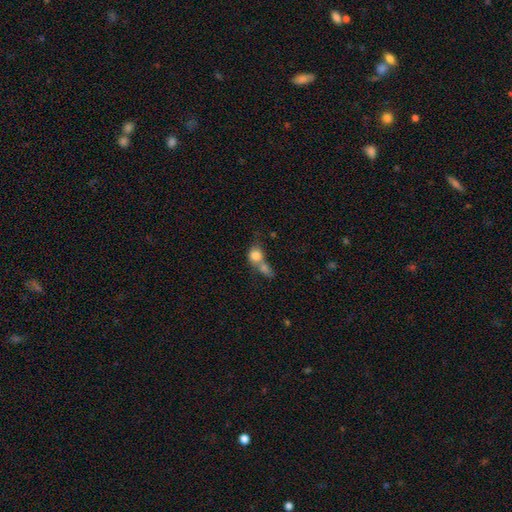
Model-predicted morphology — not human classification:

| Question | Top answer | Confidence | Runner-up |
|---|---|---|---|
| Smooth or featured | smooth | 78% | featured or disk (13%) |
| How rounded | round | 62% | in between (36%) |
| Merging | merger | 68% | none (19%) |